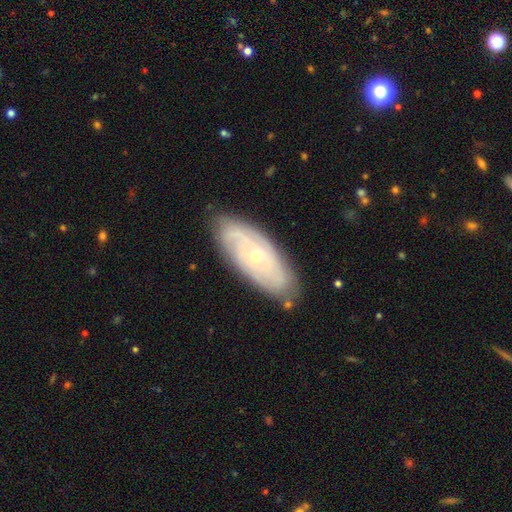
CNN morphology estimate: smooth_or_featured: featured or disk (p=0.72) [alt: smooth p=0.22]
disk_edge_on: no (p=0.88) [alt: yes p=0.12]
bar: no (p=0.81) [alt: weak p=0.16]
has_spiral_arms: yes (p=0.83) [alt: no p=0.17]
spiral_winding: tight (p=0.68) [alt: medium p=0.24]
spiral_arm_count: can't tell (p=0.53) [alt: 2 p=0.19]
bulge_size: small (p=0.61) [alt: moderate p=0.36]
merging: none (p=0.80) [alt: minor disturbance p=0.15]